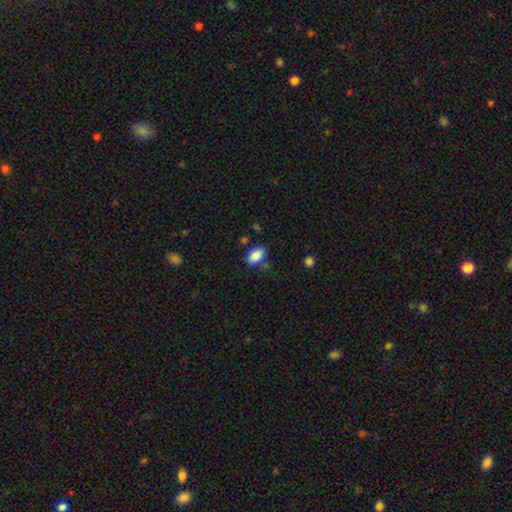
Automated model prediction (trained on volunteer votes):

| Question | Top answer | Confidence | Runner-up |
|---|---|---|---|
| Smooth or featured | smooth | 87% | star or artifact (8%) |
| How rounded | in between | 91% | round (8%) |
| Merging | none | 76% | minor disturbance (15%) |